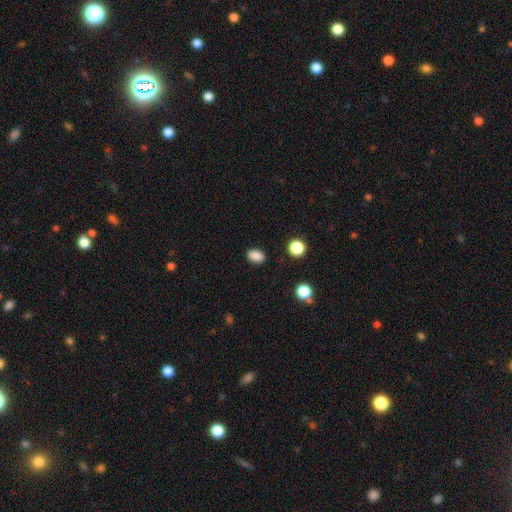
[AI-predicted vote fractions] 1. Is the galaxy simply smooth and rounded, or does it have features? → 87% smooth, 10% star or artifact, 3% featured or disk.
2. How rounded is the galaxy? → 80% in between, 19% round, 1% cigar-shaped.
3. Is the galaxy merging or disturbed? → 87% none, 9% minor disturbance, 2% major disturbance, 2% merger.